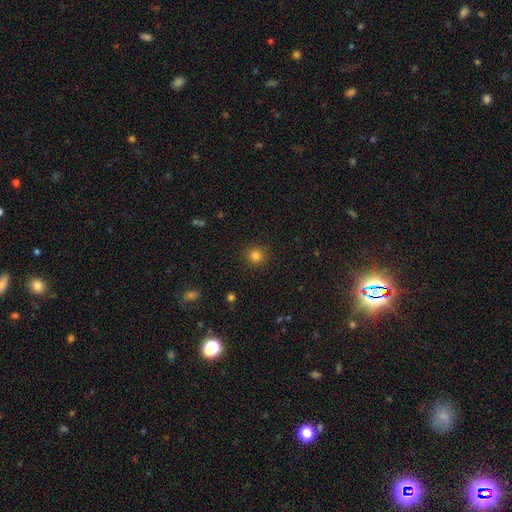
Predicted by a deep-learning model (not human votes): The model was most divided on "smooth or featured": smooth: 82%, star or artifact: 13%, featured or disk: 5%. More confident: how rounded — round (92%); merging — none (91%).